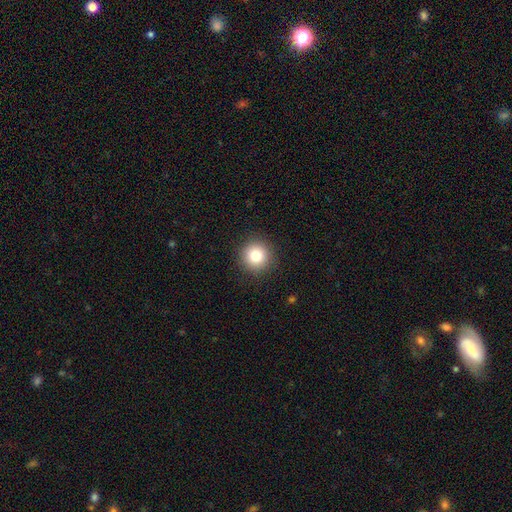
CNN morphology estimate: Smooth or featured: smooth — 81% (star or artifact — 11%)
How rounded: round — 95% (in between — 4%)
Merging: none — 92% (minor disturbance — 6%)